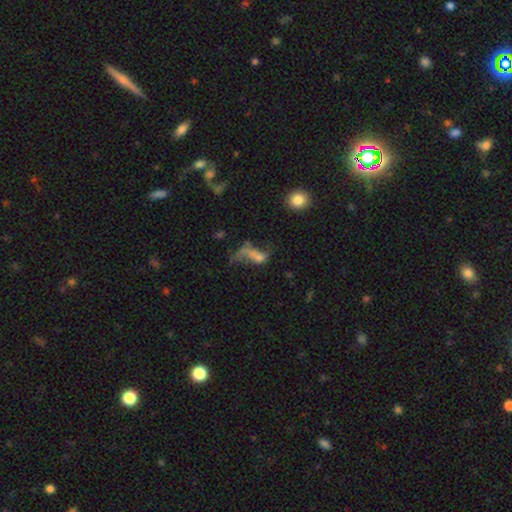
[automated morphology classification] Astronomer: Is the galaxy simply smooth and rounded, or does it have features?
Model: featured or disk — 43% (runner-up: smooth, 41%).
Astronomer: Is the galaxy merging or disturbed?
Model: major disturbance — 48%.